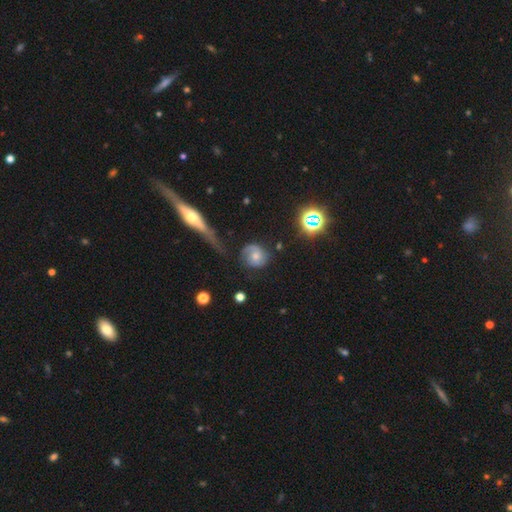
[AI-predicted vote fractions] Smooth or featured? featured or disk (56%)
Edge-on disk? no (96%)
Bar? no (72%)
Spiral arms? yes (85%)
Bulge size? moderate (58%)
Merging? none (56%)